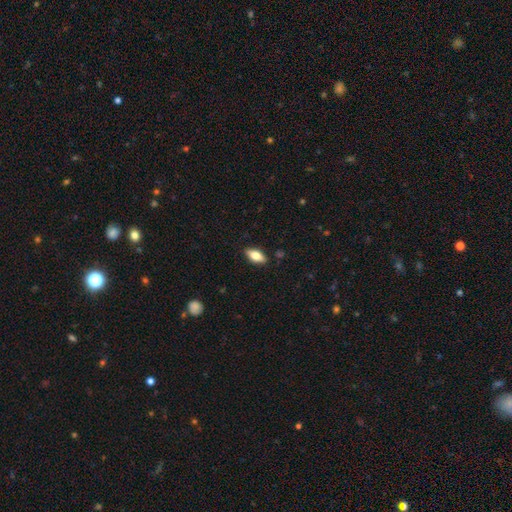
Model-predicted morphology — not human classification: smooth 73%, featured or disk 20%, star or artifact 7%. Down the decision tree: how rounded — in between (85%); merging — none (88%).